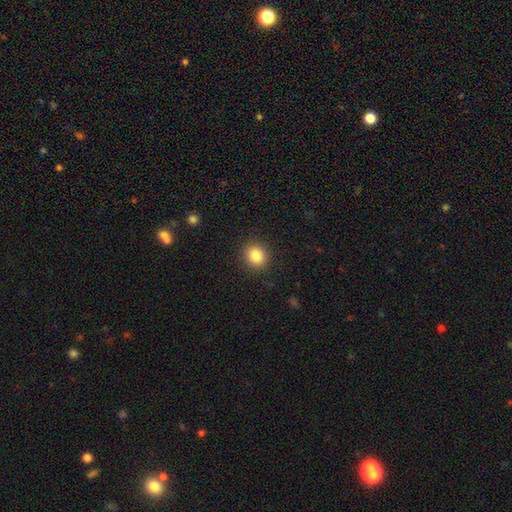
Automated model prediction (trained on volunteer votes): Morphology: type=smooth (85%); roundness=round (78%); merging=none (90%).